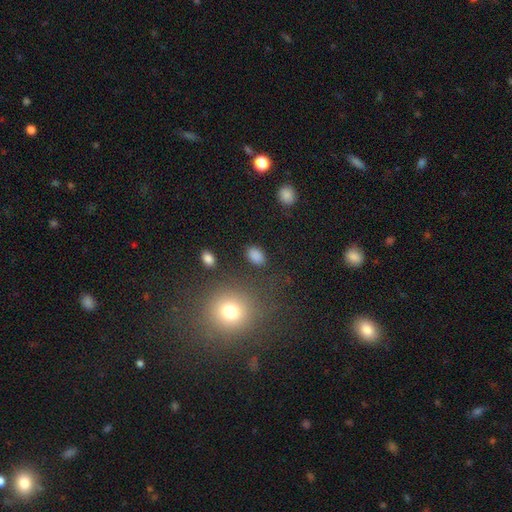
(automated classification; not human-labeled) Morphology: type=smooth (84%); roundness=in between (83%); merging=none (83%).